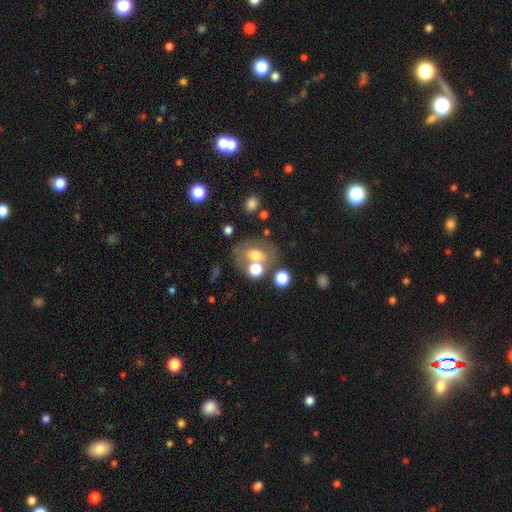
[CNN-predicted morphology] Q: Smooth or featured?
A: smooth (55%); runner-up: featured or disk (32%)
Q: How rounded?
A: in between (53%); runner-up: round (45%)
Q: Merging?
A: none (50%); runner-up: merger (28%)